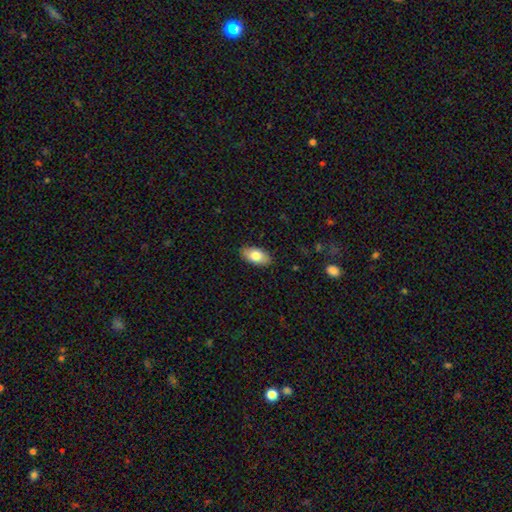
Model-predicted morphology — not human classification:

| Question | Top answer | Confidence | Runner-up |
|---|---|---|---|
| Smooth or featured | smooth | 78% | featured or disk (16%) |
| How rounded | in between | 94% | round (3%) |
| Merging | none | 87% | minor disturbance (10%) |